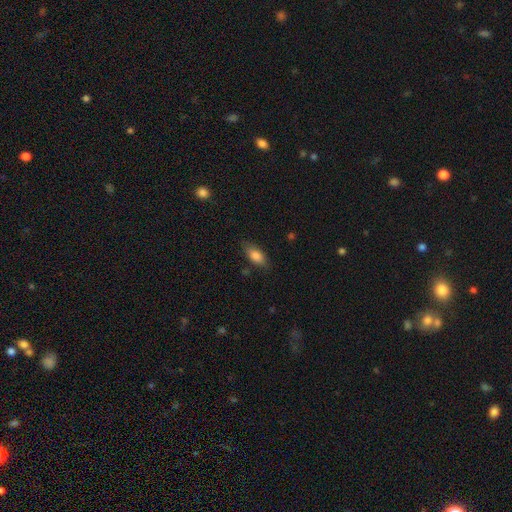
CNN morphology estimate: Q: Smooth or featured?
A: smooth (82%); runner-up: featured or disk (11%)
Q: How rounded?
A: in between (84%); runner-up: cigar-shaped (13%)
Q: Merging?
A: none (78%); runner-up: minor disturbance (17%)